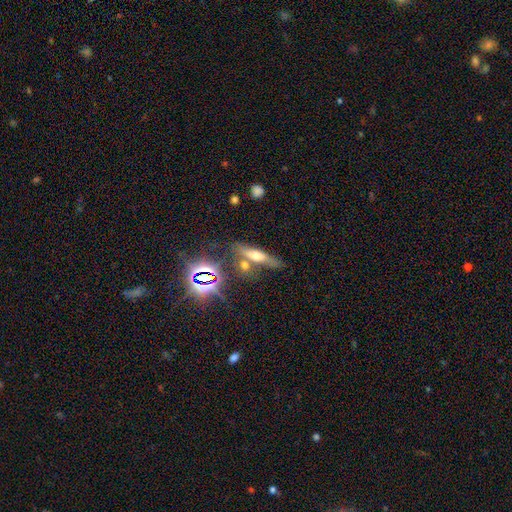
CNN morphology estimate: smooth-or-featured: smooth: 45% | featured or disk: 32% | star or artifact: 23%
  merging: none: 59% | merger: 21% | minor disturbance: 14% | major disturbance: 6%